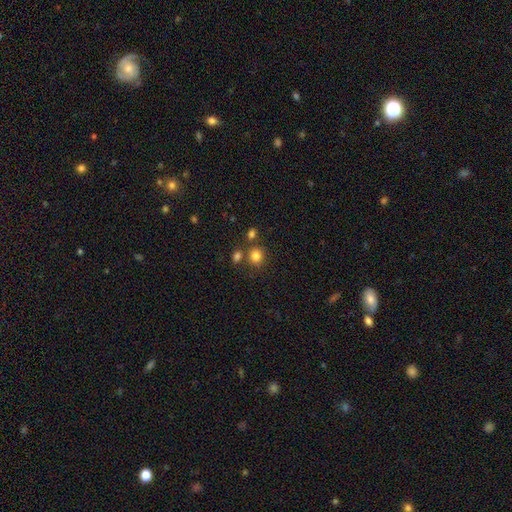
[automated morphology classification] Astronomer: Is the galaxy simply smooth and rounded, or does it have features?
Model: smooth — 82%.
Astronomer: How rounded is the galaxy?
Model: round — 82%.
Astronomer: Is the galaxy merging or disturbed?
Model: none — 73%.